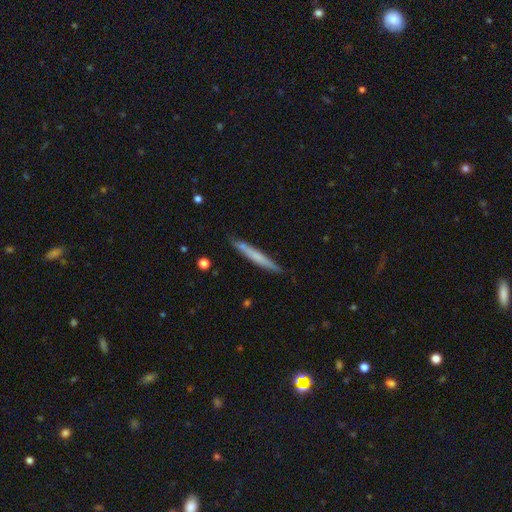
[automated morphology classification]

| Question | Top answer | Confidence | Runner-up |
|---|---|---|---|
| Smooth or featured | smooth | 58% | featured or disk (36%) |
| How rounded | cigar-shaped | 96% | in between (2%) |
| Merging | none | 87% | minor disturbance (10%) |